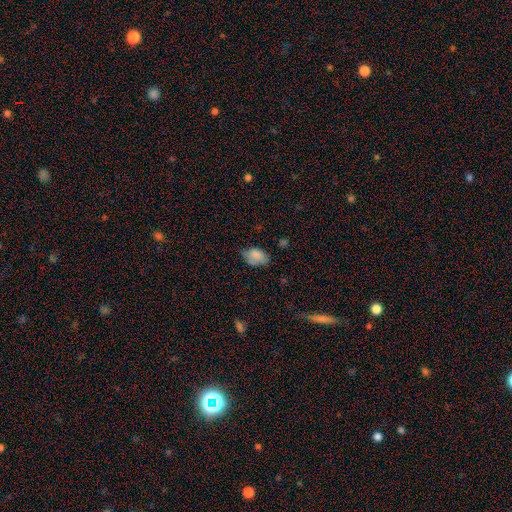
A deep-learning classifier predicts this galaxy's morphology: The model was most divided on "merging": none: 55%, minor disturbance: 34%, major disturbance: 9%, merger: 2%. More confident: how rounded — in between (86%); smooth or featured — smooth (80%).